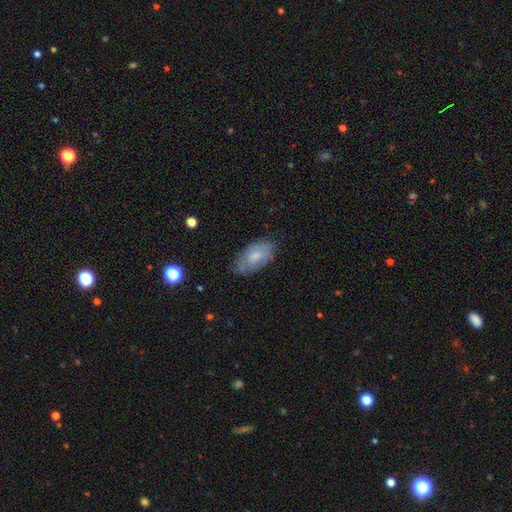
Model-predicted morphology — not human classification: The model was most divided on "smooth or featured": smooth: 58%, featured or disk: 35%, star or artifact: 7%. More confident: how rounded — in between (93%); merging — none (65%).